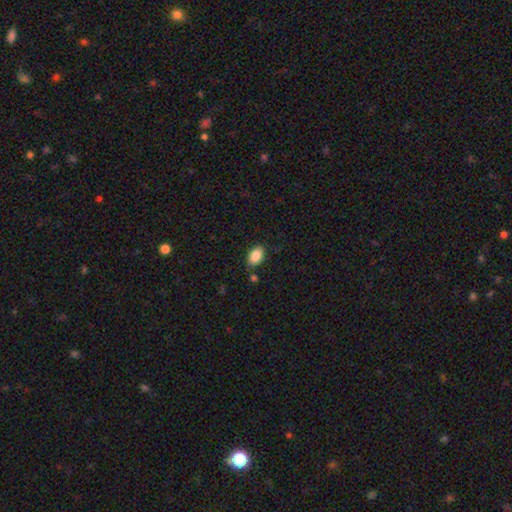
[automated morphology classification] This appears to be a smooth galaxy with no disk features (87%) that is in between round and cigar-shaped (89%). Merging: none (79%).